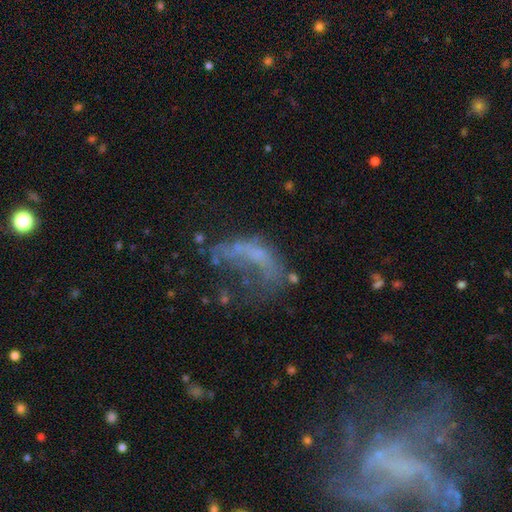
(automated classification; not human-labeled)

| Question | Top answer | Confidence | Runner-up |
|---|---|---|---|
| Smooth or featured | featured or disk | 49% | smooth (30%) |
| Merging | major disturbance | 48% | none (23%) |